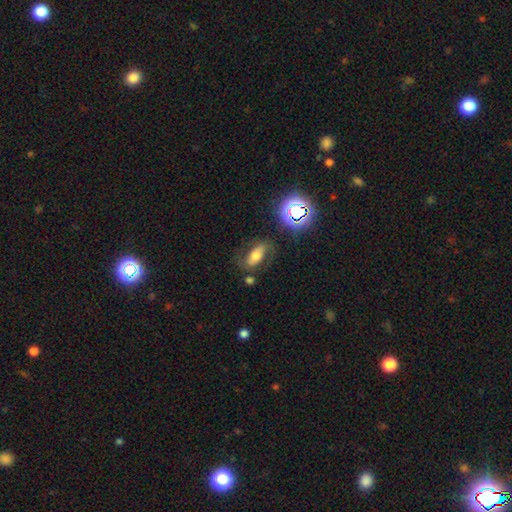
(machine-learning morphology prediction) This is possibly a smooth galaxy (46%). Merging: likely none (66%).